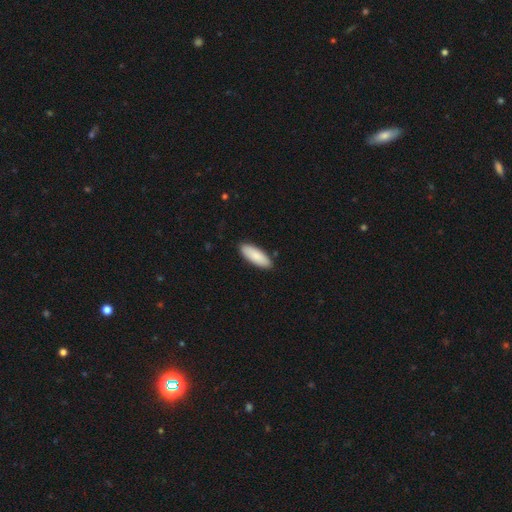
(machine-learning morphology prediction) This appears to be a smooth galaxy with no disk features (87%) that is in between round and cigar-shaped (68%). Merging: none (89%).